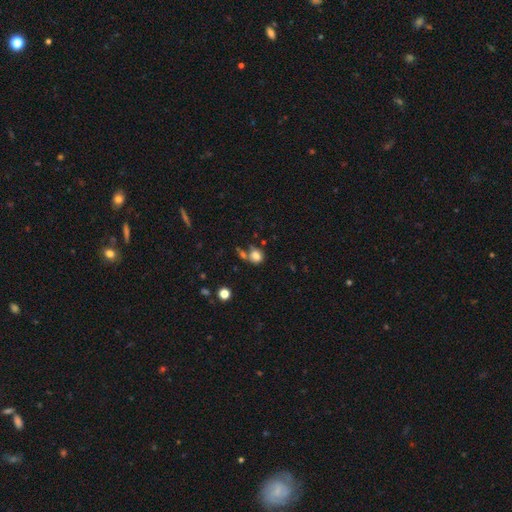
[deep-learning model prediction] A smooth galaxy with no disk features (79%) that is round (60%). Merging: none (46%).